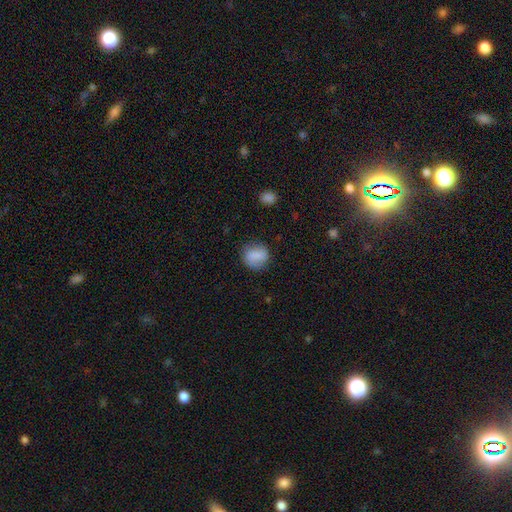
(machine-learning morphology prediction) Q: Smooth or featured?
A: smooth (80%); runner-up: featured or disk (12%)
Q: How rounded?
A: round (74%); runner-up: in between (25%)
Q: Merging?
A: none (76%); runner-up: minor disturbance (17%)